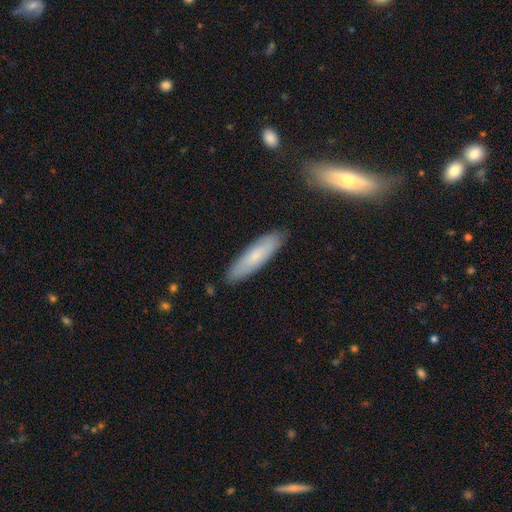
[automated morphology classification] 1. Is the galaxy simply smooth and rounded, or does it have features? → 70% smooth, 23% featured or disk, 6% star or artifact.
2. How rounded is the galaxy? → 68% cigar-shaped, 30% in between, 1% round.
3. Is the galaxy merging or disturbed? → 86% none, 10% minor disturbance, 2% major disturbance, 2% merger.